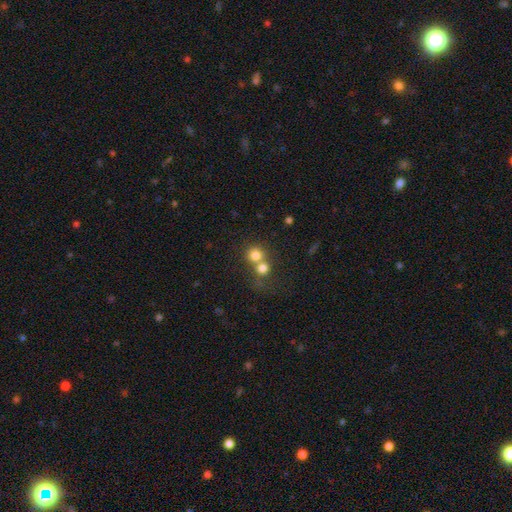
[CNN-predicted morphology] Overall: smooth (77%). How rounded: round (87%). Merging: merger (54%; none 38%).